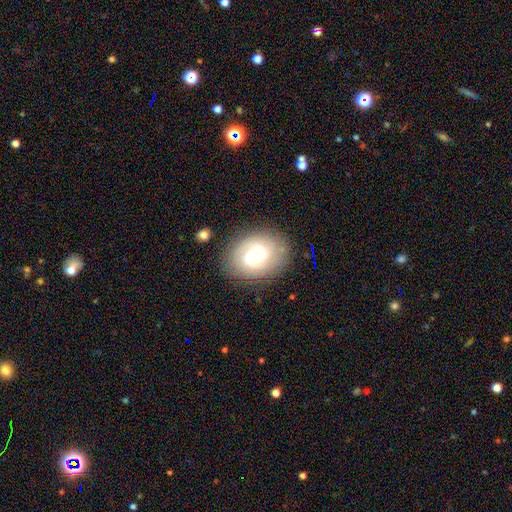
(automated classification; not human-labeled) The model was most divided on "spiral winding": tight: 49%, medium: 37%, loose: 14%. More confident: edge-on disk — no (97%); spiral arms — yes (84%); merging — none (81%); smooth or featured — featured or disk (63%); bar — no (60%); bulge size — moderate (59%); spiral arm count — 2 (56%).